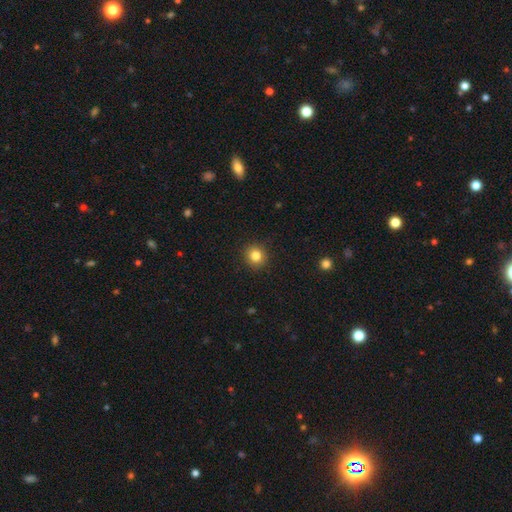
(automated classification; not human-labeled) This is clearly a smooth galaxy (83%). How rounded: clearly round (90%). Merging: clearly none (91%).